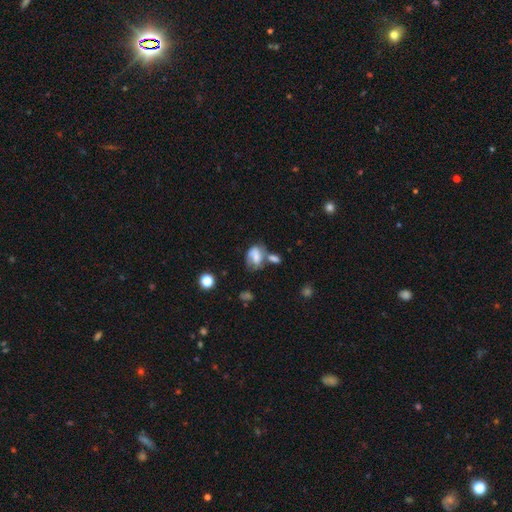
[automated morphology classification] A smooth galaxy with no disk features (59%) that is in between round and cigar-shaped (77%).

Vote fractions:
- Smooth or featured? smooth: 59% / featured or disk: 30% / star or artifact: 11%
- How rounded? in between: 77% / round: 22% / cigar-shaped: 2%
- Merging? merger: 33% / none: 29% / minor disturbance: 21% / major disturbance: 17%